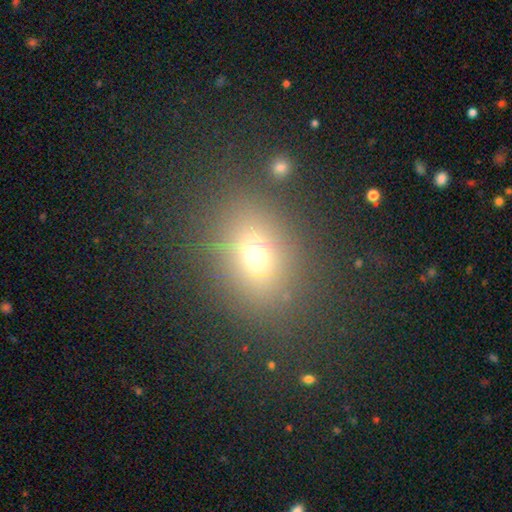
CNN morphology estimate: smooth-or-featured: smooth: 64% | star or artifact: 22% | featured or disk: 13%
  how-rounded: in between: 54% | round: 44% | cigar-shaped: 2%
  merging: none: 82% | minor disturbance: 10% | major disturbance: 5% | merger: 3%